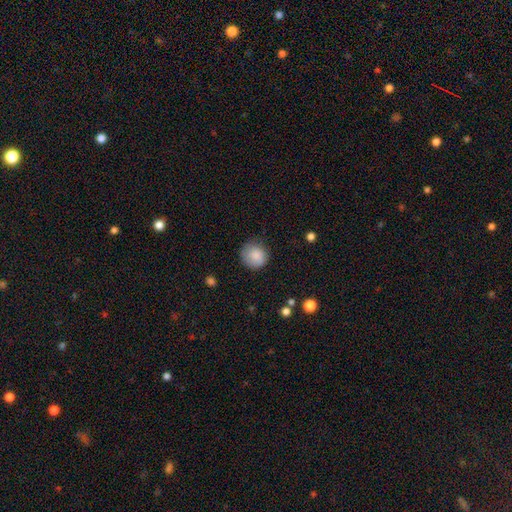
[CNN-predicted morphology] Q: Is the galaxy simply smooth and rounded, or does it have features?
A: smooth — 86%.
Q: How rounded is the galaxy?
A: round — 90%.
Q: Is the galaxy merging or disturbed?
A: none — 77%.